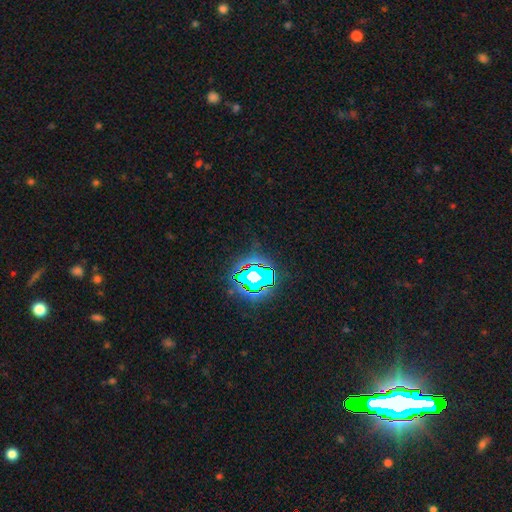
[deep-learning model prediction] A star or artifact, not a galaxy (79%).